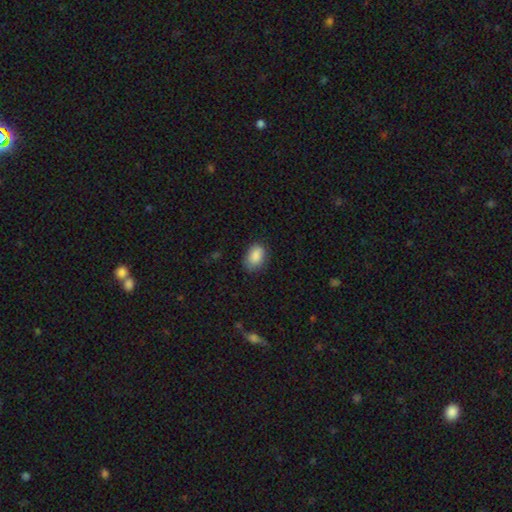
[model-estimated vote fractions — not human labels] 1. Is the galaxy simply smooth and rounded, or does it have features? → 87% smooth, 7% star or artifact, 5% featured or disk.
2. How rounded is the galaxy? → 86% in between, 13% round, 1% cigar-shaped.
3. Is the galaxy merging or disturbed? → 76% none, 19% minor disturbance, 4% major disturbance, 1% merger.